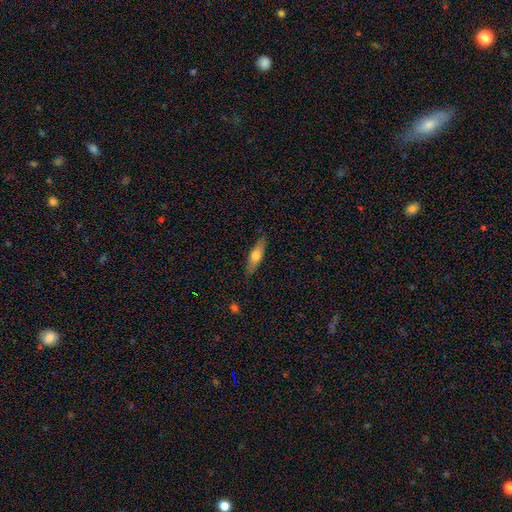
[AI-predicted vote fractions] Overall: smooth (58%; featured or disk 36%). How rounded: cigar-shaped (55%; in between 43%). Merging: none (86%).